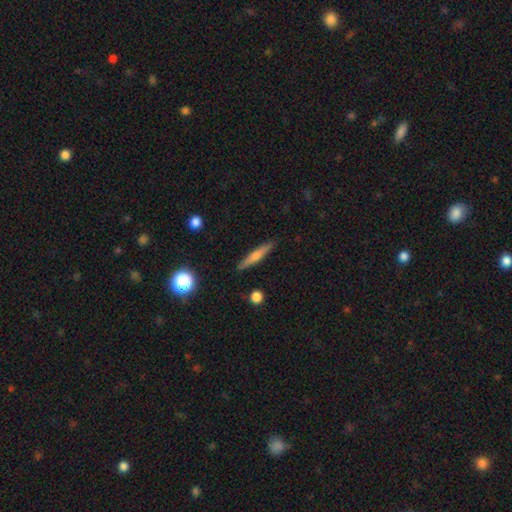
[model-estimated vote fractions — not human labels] smooth-or-featured: featured or disk: 48% | smooth: 45% | star or artifact: 8%
  merging: none: 90% | minor disturbance: 7% | major disturbance: 2% | merger: 1%